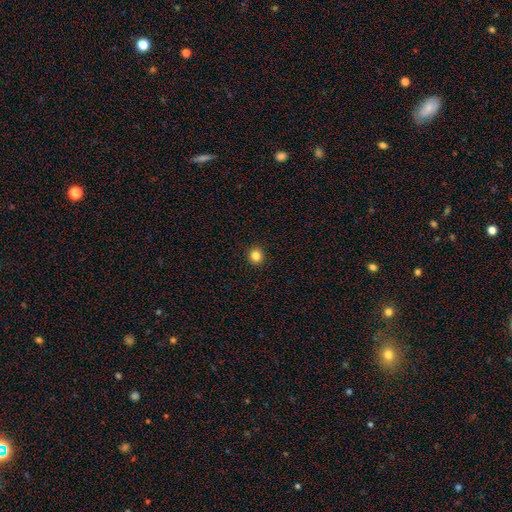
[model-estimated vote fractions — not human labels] Smooth or featured? Predicted: smooth (p=0.84). How rounded? Predicted: round (p=0.92). Merging? Predicted: none (p=0.93).